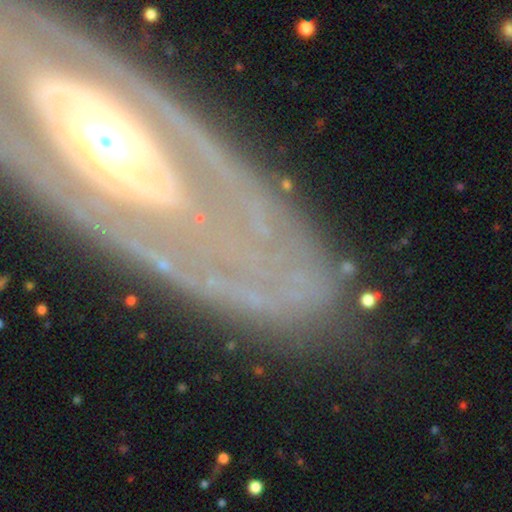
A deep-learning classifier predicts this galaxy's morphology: A featured or disk galaxy (77%) with no bar (45%), spiral arms (72%) and a moderate central bulge (58%).

Vote fractions:
- Smooth or featured? featured or disk: 77% / smooth: 12% / star or artifact: 11%
- Edge-on disk? no: 84% / yes: 16%
- Bar? no: 45% / strong: 28% / weak: 27%
- Spiral arms? yes: 72% / no: 28%
- Bulge size? moderate: 58% / small: 21% / large: 14% / none: 3% / dominant: 3%
- Merging? none: 73% / minor disturbance: 15% / major disturbance: 9% / merger: 4%